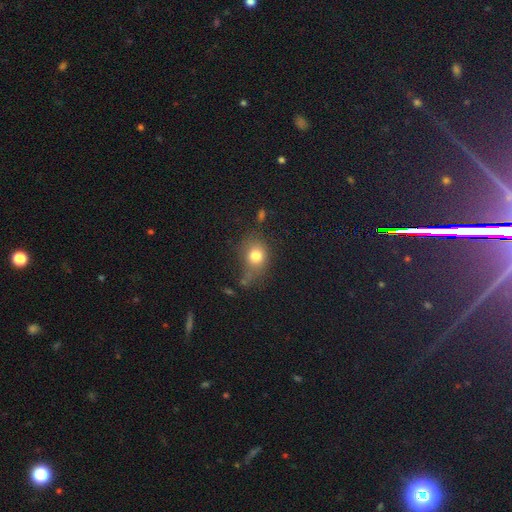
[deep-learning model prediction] smooth-or-featured: smooth: 78% | star or artifact: 12% | featured or disk: 10%
  how-rounded: round: 59% | in between: 39% | cigar-shaped: 2%
  merging: none: 51% | minor disturbance: 27% | major disturbance: 15% | merger: 7%